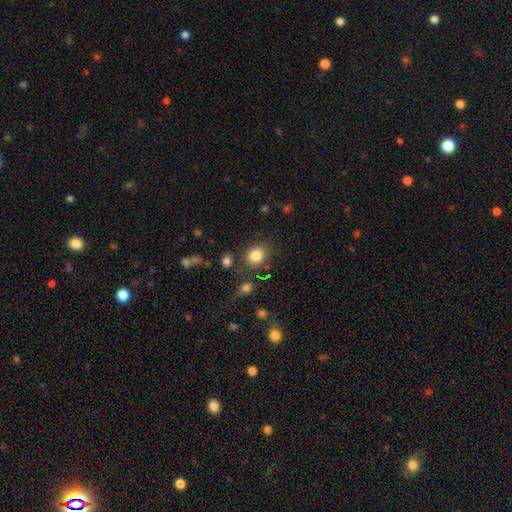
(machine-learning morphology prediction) smooth-or-featured: smooth: 82% | star or artifact: 11% | featured or disk: 7%
  how-rounded: round: 56% | in between: 43% | cigar-shaped: 1%
  merging: none: 76% | minor disturbance: 14% | merger: 6% | major disturbance: 5%